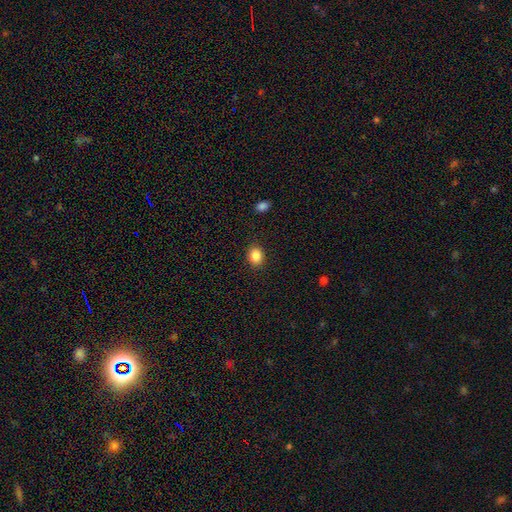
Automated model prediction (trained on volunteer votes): A smooth galaxy with no disk features (86%) that is round (55%). Merging: none (89%).